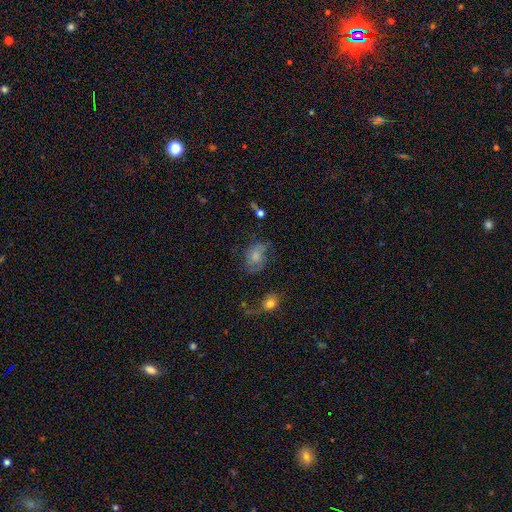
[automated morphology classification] smooth-or-featured: smooth: 63% | featured or disk: 26% | star or artifact: 11%
  how-rounded: in between: 68% | round: 31% | cigar-shaped: 1%
  merging: none: 44% | minor disturbance: 31% | major disturbance: 20% | merger: 4%